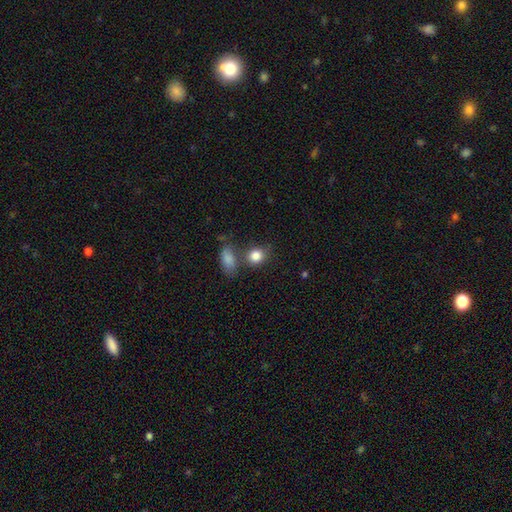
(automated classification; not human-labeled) Q: Smooth or featured?
A: smooth (85%); runner-up: star or artifact (9%)
Q: How rounded?
A: round (61%); runner-up: in between (37%)
Q: Merging?
A: none (60%); runner-up: merger (20%)